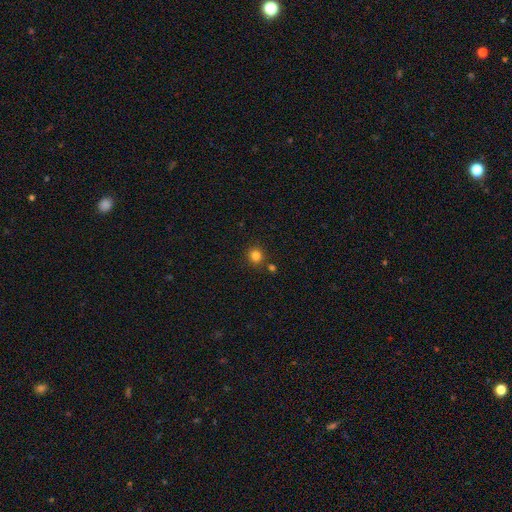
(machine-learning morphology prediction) Q: Smooth or featured?
A: smooth (82%); runner-up: star or artifact (13%)
Q: How rounded?
A: round (89%); runner-up: in between (10%)
Q: Merging?
A: none (82%); runner-up: minor disturbance (8%)